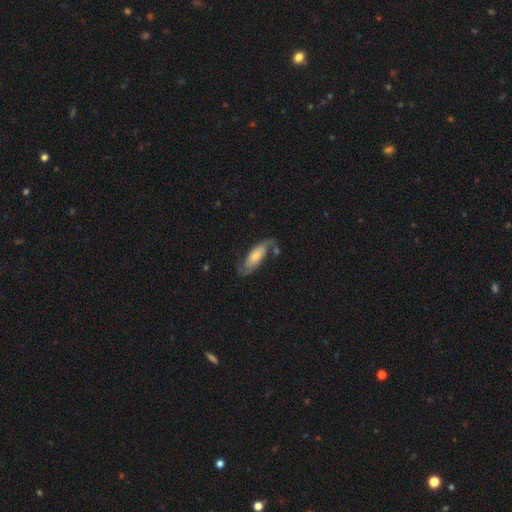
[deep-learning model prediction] This is likely a featured or disk galaxy (67%). It is clearly not viewed edge-on (89%). Bar: likely no (63%). Spiral arm pattern: clearly yes (92%). Spiral arm count: clearly 2 (87%). Spiral winding: marginally loose (41%). Central bulge: possibly small (48%). Merging: likely none (65%).